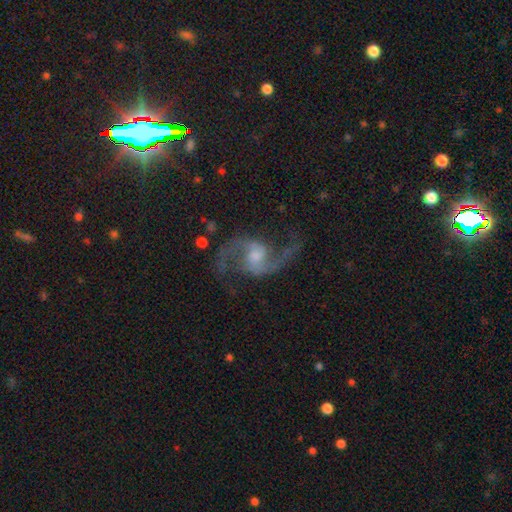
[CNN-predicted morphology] Smooth or featured: featured or disk — 91% (star or artifact — 5%)
Edge-on disk: no — 98% (yes — 2%)
Bar: no — 46% (weak — 44%)
Spiral arms: yes — 98% (no — 2%)
Spiral winding: loose — 56% (medium — 39%)
Spiral arm count: 2 — 94% (can't tell — 1%)
Bulge size: moderate — 46% (small — 35%)
Merging: none — 78% (minor disturbance — 13%)